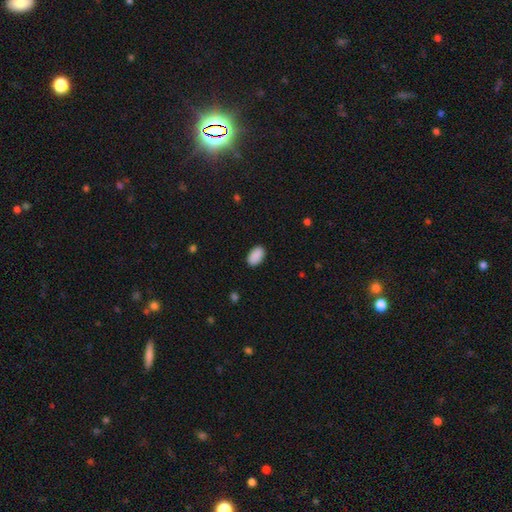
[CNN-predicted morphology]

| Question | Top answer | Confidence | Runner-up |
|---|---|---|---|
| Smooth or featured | smooth | 91% | star or artifact (7%) |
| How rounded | in between | 94% | round (5%) |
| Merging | none | 89% | minor disturbance (8%) |